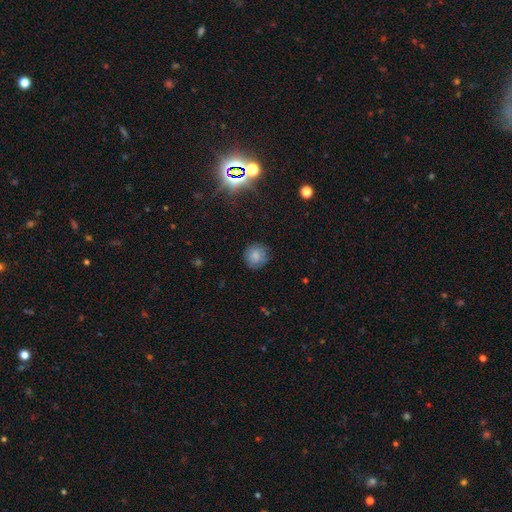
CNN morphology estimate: smooth-or-featured: smooth: 78% | star or artifact: 13% | featured or disk: 10%
  how-rounded: round: 90% | in between: 9% | cigar-shaped: 1%
  merging: none: 81% | minor disturbance: 14% | major disturbance: 4% | merger: 1%